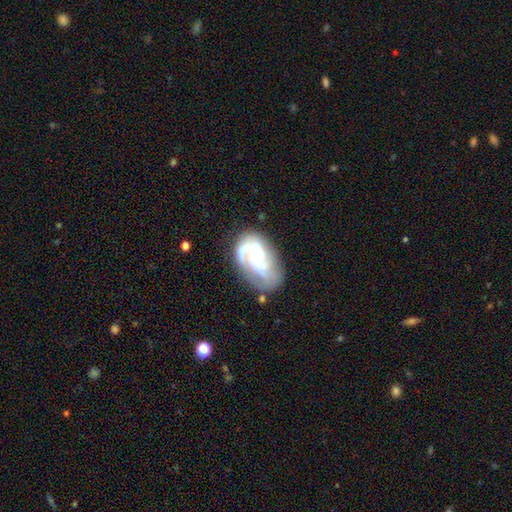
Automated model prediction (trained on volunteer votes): The model was most divided on "spiral winding": tight: 42%, medium: 39%, loose: 19%. Remaining: edge-on disk — no (97%); spiral arms — yes (86%); smooth or featured — featured or disk (76%); bar — no (66%); merging — none (55%); bulge size — small (47%); spiral arm count — 2 (46%).